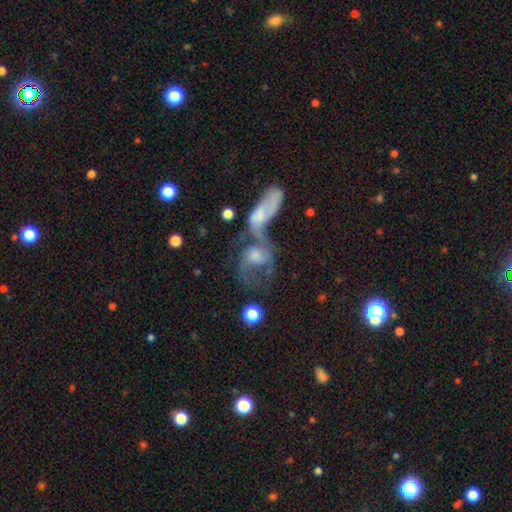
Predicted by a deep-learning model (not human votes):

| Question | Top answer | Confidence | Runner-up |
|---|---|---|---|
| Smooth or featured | featured or disk | 57% | smooth (31%) |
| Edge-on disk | no | 92% | yes (8%) |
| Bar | no | 69% | weak (24%) |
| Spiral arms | yes | 63% | no (37%) |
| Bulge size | moderate | 42% | small (25%) |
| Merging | merger | 61% | major disturbance (16%) |